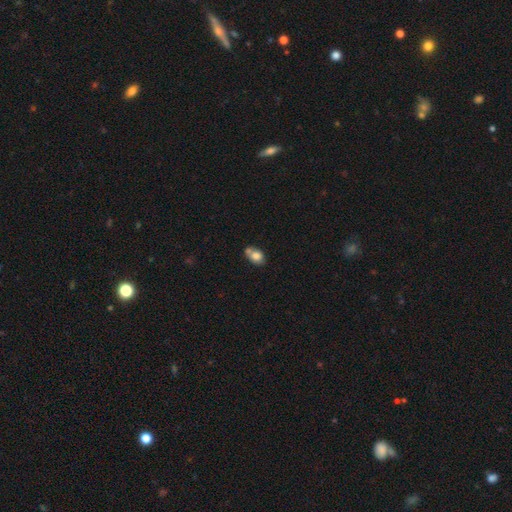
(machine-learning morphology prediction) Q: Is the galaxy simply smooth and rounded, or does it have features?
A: smooth — 77%.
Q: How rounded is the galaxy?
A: in between — 70%.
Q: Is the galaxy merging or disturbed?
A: none — 43%.